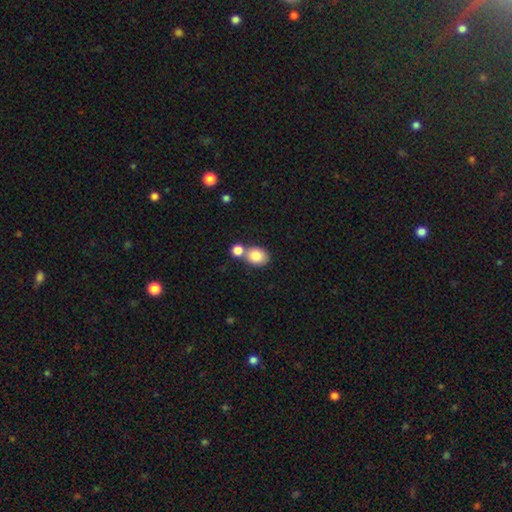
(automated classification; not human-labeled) A smooth galaxy with no disk features (84%) that is round (55%). Merging: none (50%).